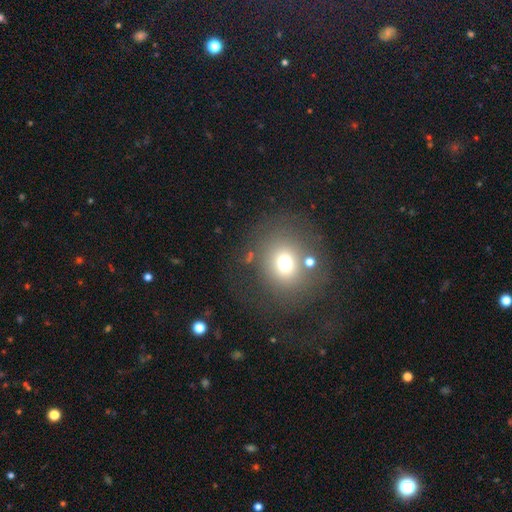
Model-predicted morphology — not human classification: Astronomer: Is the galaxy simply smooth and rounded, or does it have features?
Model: smooth — 59%.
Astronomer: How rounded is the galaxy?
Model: round — 75%.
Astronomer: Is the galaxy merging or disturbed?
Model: none — 64%.